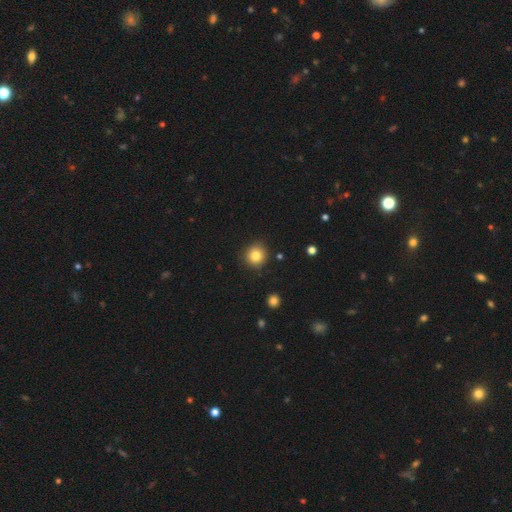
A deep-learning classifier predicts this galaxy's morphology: This appears to be a smooth galaxy with no disk features (83%) that is round (90%). Merging: none (87%).